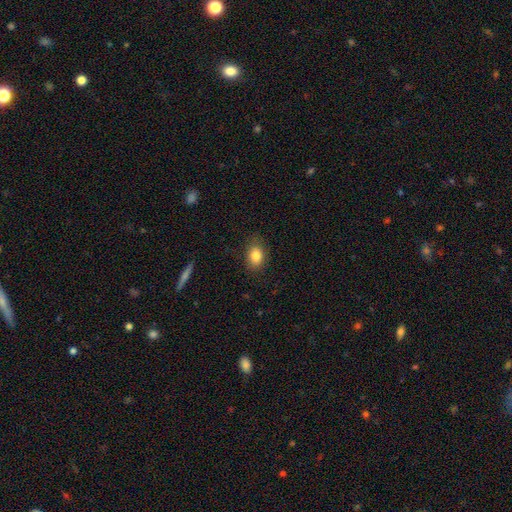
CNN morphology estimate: This is clearly a smooth galaxy (83%). How rounded: likely in between (76%). Merging: clearly none (83%).